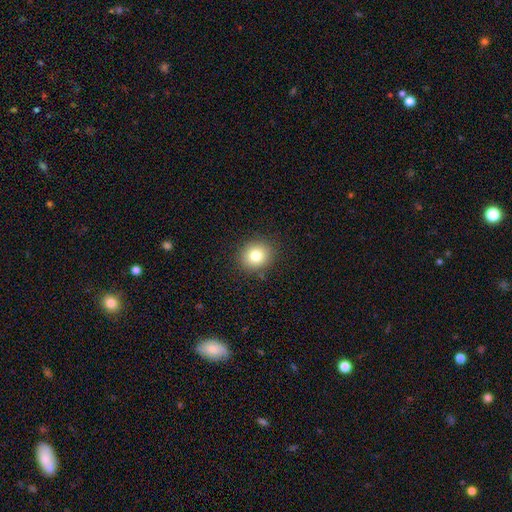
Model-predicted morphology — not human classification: Smooth or featured? Predicted: smooth (p=0.79). How rounded? Predicted: round (p=0.79). Merging? Predicted: none (p=0.89).